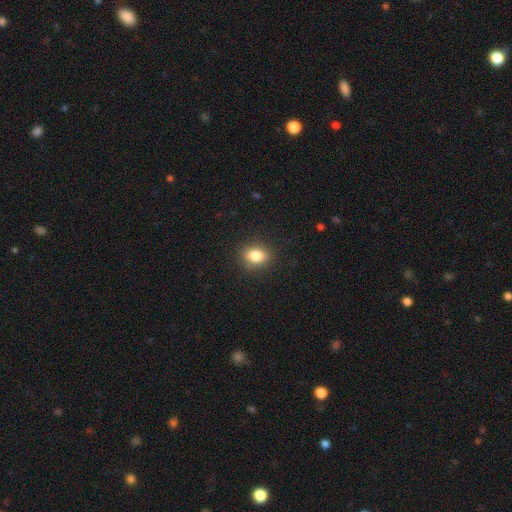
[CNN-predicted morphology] Smooth or featured? smooth (83%)
How rounded? in between (55%)
Merging? none (87%)